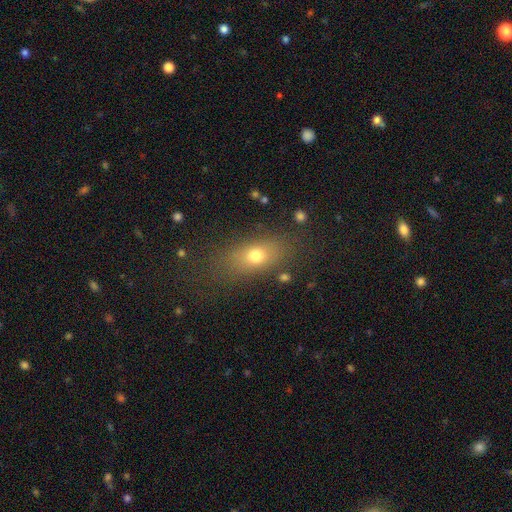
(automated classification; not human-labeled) Smooth or featured: smooth — 70% (featured or disk — 17%)
How rounded: in between — 71% (round — 17%)
Merging: none — 75% (minor disturbance — 14%)